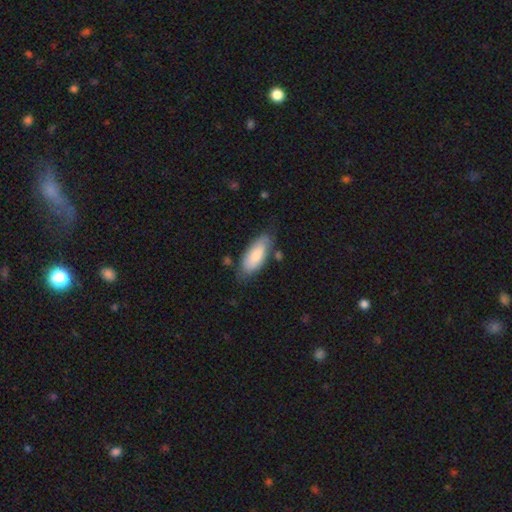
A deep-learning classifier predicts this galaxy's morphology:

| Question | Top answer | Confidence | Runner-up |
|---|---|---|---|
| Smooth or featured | smooth | 79% | featured or disk (16%) |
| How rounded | in between | 85% | cigar-shaped (14%) |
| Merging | none | 69% | minor disturbance (22%) |